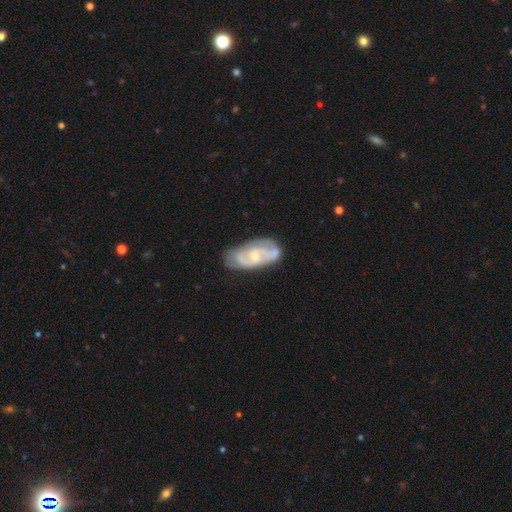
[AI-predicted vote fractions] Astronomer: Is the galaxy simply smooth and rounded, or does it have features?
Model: featured or disk — 70%.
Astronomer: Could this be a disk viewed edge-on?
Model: no — 94%.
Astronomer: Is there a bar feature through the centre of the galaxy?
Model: no — 54% (runner-up: weak, 38%).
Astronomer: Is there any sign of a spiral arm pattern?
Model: yes — 81%.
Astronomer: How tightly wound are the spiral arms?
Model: tight — 43% (runner-up: medium, 41%).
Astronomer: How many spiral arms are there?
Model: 2 — 53% (runner-up: can't tell, 30%).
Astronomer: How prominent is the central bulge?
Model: small — 58%.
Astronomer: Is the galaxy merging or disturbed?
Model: none — 63%.